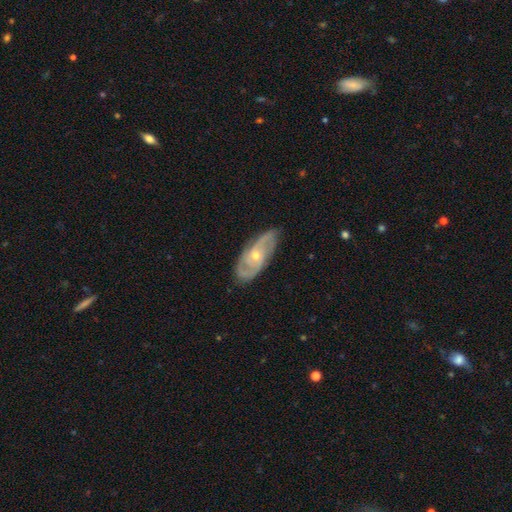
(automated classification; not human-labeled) Smooth or featured? Predicted: featured or disk (p=0.82). Edge-on disk? Predicted: no (p=0.91). Bar? Predicted: no (p=0.68). Spiral arms? Predicted: yes (p=0.93). Spiral winding? Predicted: tight (p=0.46). Spiral arm count? Predicted: 2 (p=0.52). Bulge size? Predicted: small (p=0.57). Merging? Predicted: none (p=0.79).